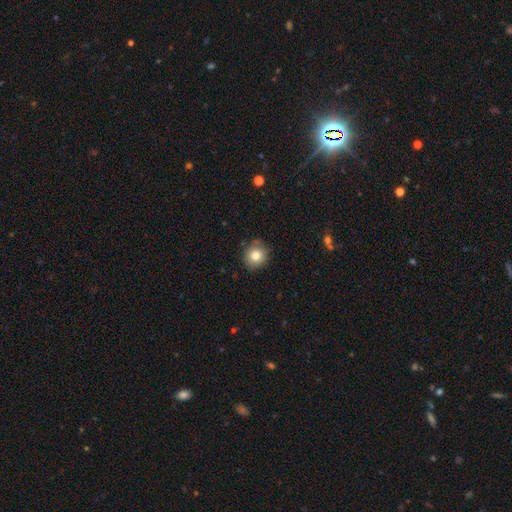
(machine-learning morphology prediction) Smooth or featured?
  - smooth: 80% *
  - star or artifact: 10%
  - featured or disk: 9%
How rounded?
  - round: 87% *
  - in between: 12%
  - cigar-shaped: 1%
Merging?
  - none: 83% *
  - minor disturbance: 13%
  - major disturbance: 2%
  - merger: 1%